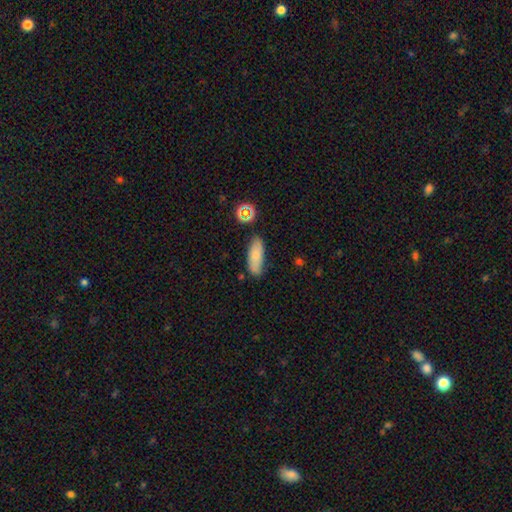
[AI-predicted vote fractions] Smooth or featured: smooth — 77% (featured or disk — 14%)
How rounded: in between — 69% (cigar-shaped — 28%)
Merging: none — 75% (minor disturbance — 17%)